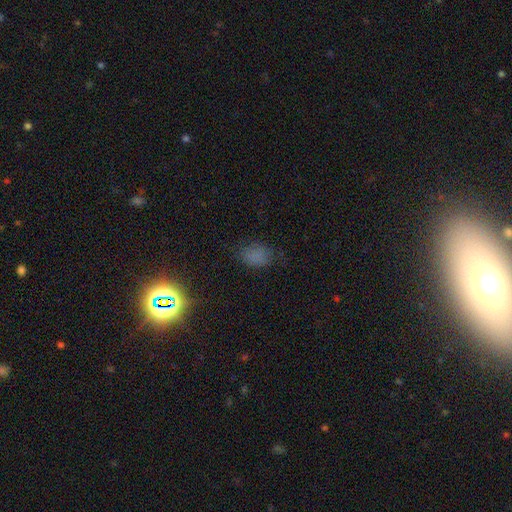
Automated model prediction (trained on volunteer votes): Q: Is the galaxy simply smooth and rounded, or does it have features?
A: smooth — 71%.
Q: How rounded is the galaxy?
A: in between — 78%.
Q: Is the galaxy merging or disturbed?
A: none — 71%.